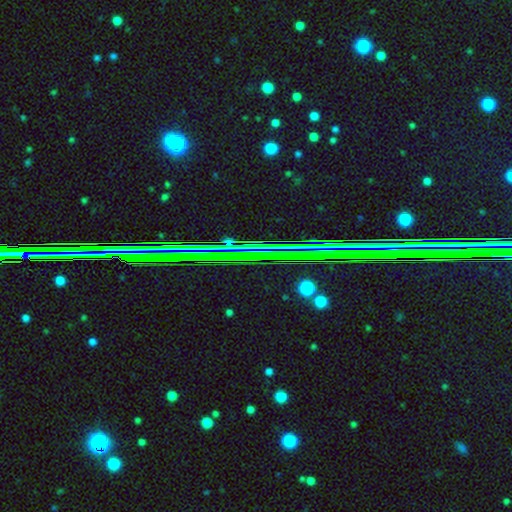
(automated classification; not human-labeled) Overall: star or artifact (80%).